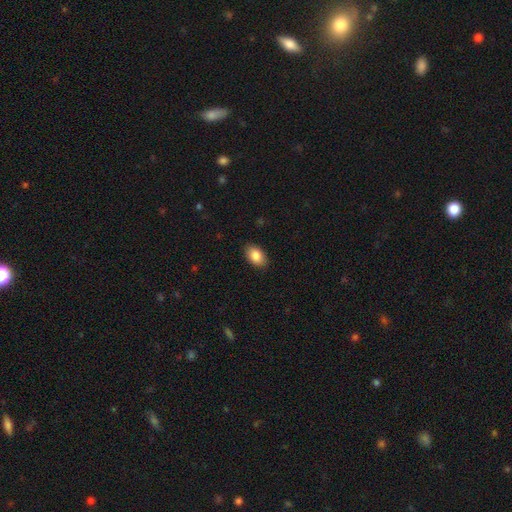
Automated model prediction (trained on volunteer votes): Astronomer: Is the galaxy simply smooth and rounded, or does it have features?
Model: smooth — 87%.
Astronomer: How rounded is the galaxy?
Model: in between — 90%.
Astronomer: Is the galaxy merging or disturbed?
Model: none — 88%.